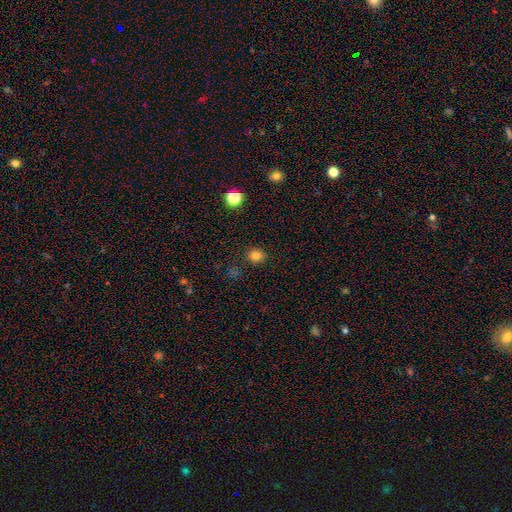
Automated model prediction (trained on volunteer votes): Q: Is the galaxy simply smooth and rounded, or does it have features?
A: smooth — 81%.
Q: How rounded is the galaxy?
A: round — 77%.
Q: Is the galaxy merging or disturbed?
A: none — 87%.